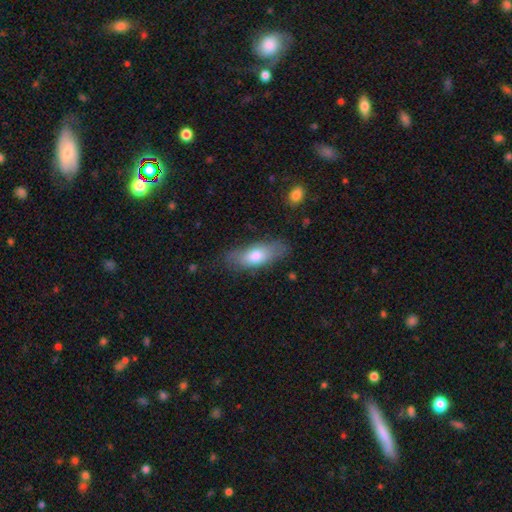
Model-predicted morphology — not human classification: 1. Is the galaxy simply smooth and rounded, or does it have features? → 72% smooth, 22% featured or disk, 6% star or artifact.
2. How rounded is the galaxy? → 73% in between, 24% cigar-shaped, 3% round.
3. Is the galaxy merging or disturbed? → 74% none, 19% minor disturbance, 6% major disturbance, 2% merger.